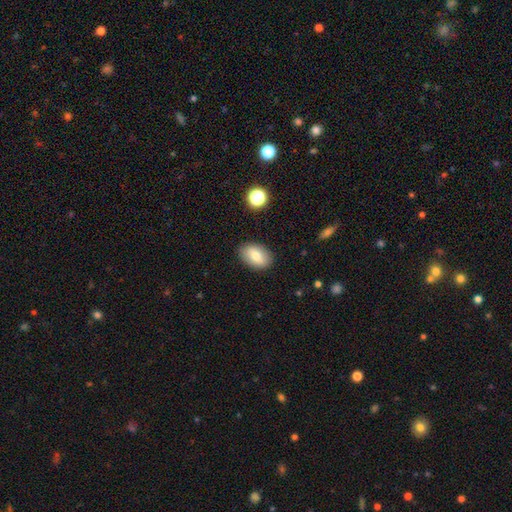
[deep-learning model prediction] Smooth or featured? Predicted: smooth (p=0.77). How rounded? Predicted: in between (p=0.89). Merging? Predicted: none (p=0.87).